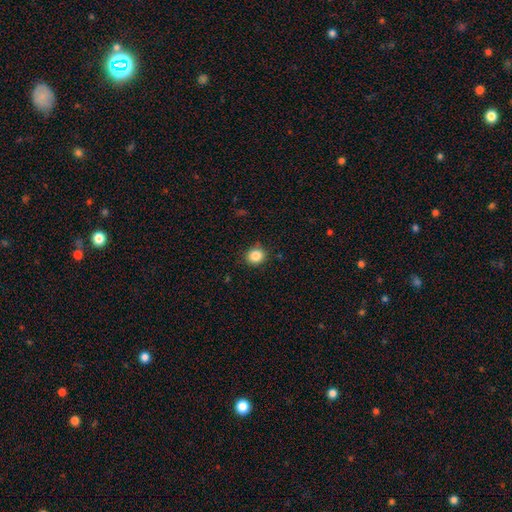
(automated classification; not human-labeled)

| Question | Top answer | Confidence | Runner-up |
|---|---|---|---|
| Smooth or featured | smooth | 86% | star or artifact (10%) |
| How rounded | round | 79% | in between (21%) |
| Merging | none | 86% | minor disturbance (10%) |